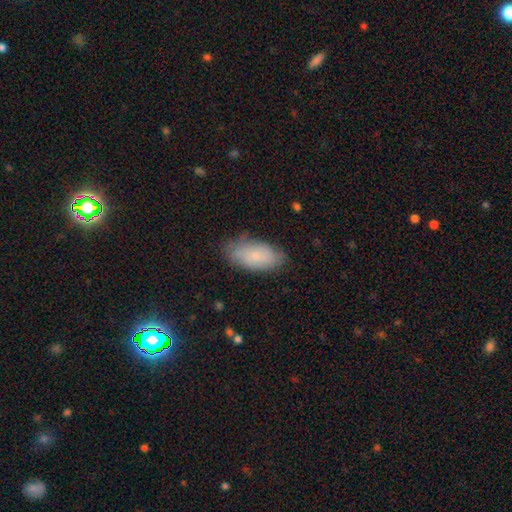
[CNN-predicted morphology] Smooth or featured? Predicted: smooth (p=0.74). How rounded? Predicted: in between (p=0.92). Merging? Predicted: none (p=0.76).